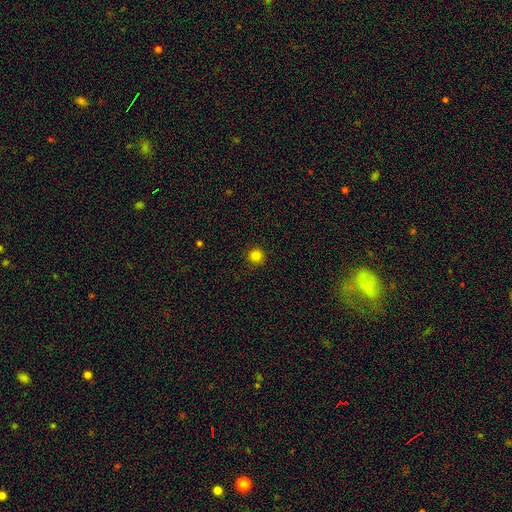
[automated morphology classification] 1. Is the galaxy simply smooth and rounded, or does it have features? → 83% smooth, 13% star or artifact, 4% featured or disk.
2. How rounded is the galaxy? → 96% round, 4% in between, 1% cigar-shaped.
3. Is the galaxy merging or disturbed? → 92% none, 5% minor disturbance, 2% major disturbance, 1% merger.